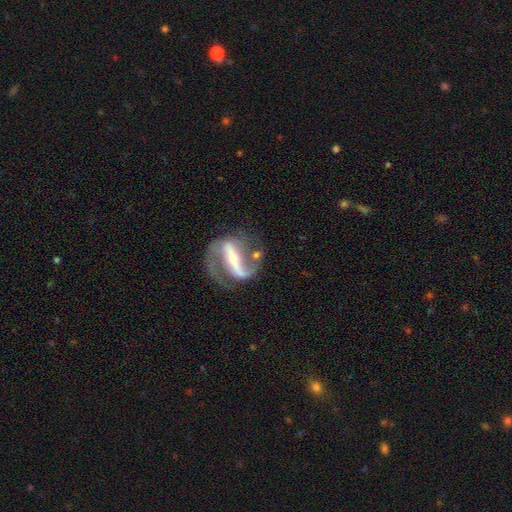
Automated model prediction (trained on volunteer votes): featured or disk 88%, smooth 6%, star or artifact 5%. Down the decision tree: edge-on disk — no (93%); bar — strong (75%); spiral arms — yes (93%); spiral arm count — 2 (86%); spiral winding — medium (47%); bulge size — small (61%); merging — none (63%).